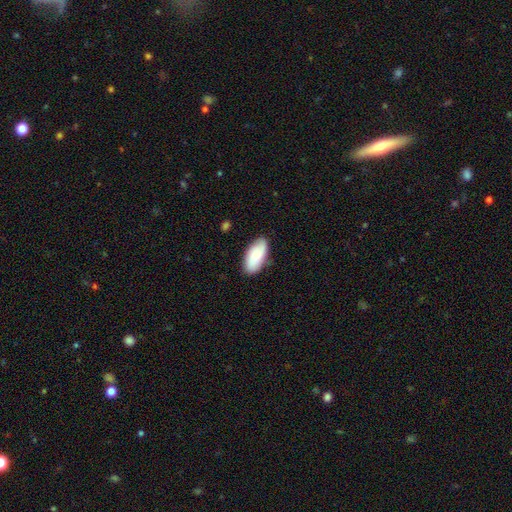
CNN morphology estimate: smooth 74%, featured or disk 20%, star or artifact 6%. Down the decision tree: how rounded — in between (92%); merging — none (81%).